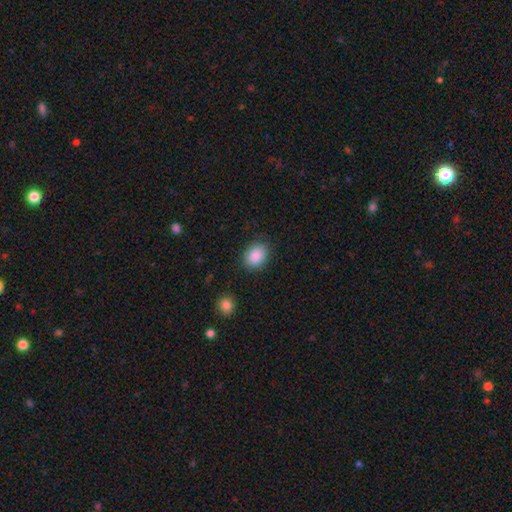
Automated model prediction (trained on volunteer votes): Q: Smooth or featured?
A: smooth (89%); runner-up: star or artifact (7%)
Q: How rounded?
A: in between (55%); runner-up: round (44%)
Q: Merging?
A: none (83%); runner-up: minor disturbance (12%)